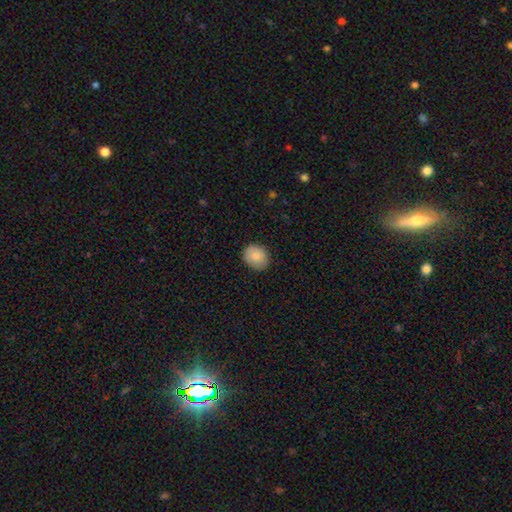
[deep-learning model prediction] The model was most divided on "how rounded": round: 62%, in between: 37%, cigar-shaped: 1%. More confident: merging — none (85%); smooth or featured — smooth (83%).